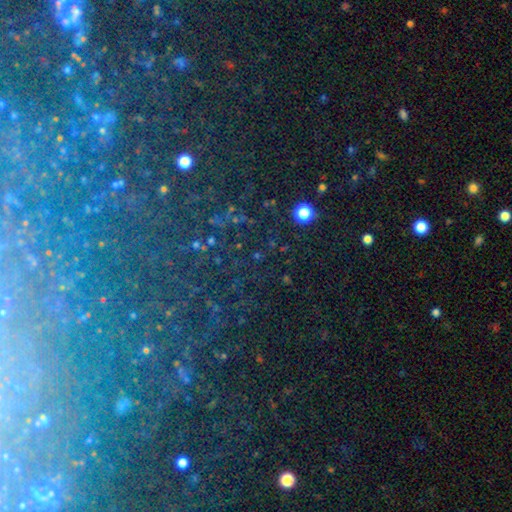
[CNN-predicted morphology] This appears to be a star or artifact, not a galaxy (72%).